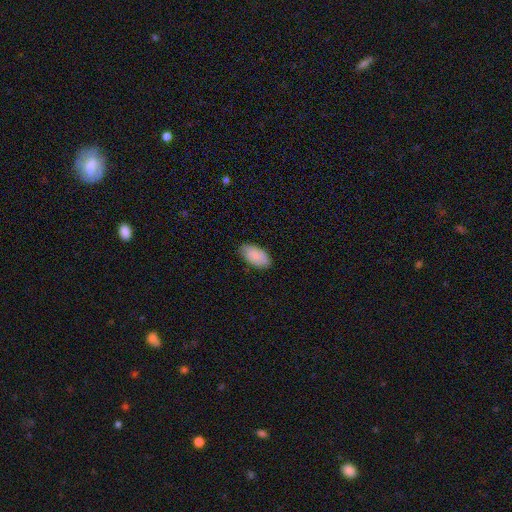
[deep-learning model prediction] smooth_or_featured: smooth (p=0.87) [alt: featured or disk p=0.07]
how_rounded: in between (p=0.96) [alt: round p=0.02]
merging: none (p=0.82) [alt: minor disturbance p=0.14]